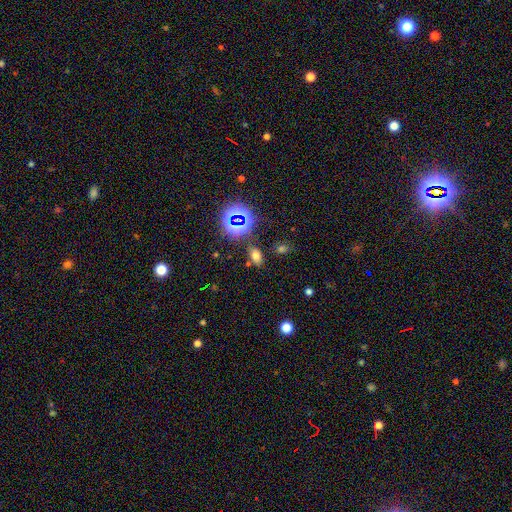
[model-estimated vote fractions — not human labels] smooth-or-featured: smooth: 61% | star or artifact: 29% | featured or disk: 10%
  how-rounded: in between: 84% | round: 13% | cigar-shaped: 3%
  merging: none: 81% | minor disturbance: 11% | merger: 5% | major disturbance: 4%